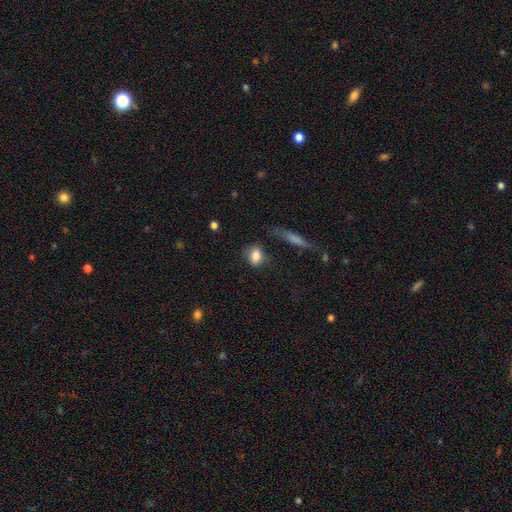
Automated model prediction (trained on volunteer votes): The model was most divided on "how rounded": in between: 64%, round: 32%, cigar-shaped: 4%. More confident: smooth or featured — smooth (83%); merging — none (67%).